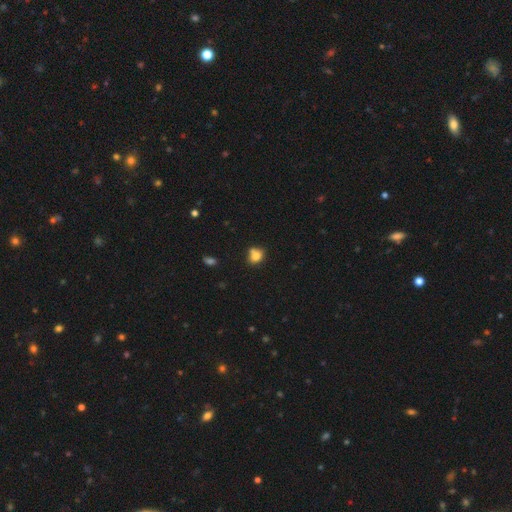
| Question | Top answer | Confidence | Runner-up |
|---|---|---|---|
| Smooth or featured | smooth | 78% | featured or disk (16%) |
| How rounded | round | 59% | in between (41%) |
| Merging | none | 49% | merger (29%) |